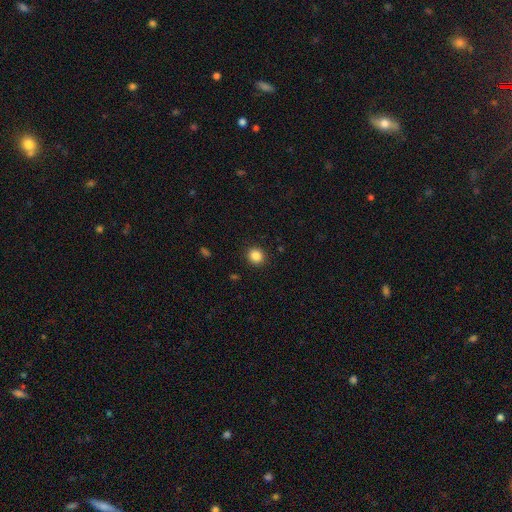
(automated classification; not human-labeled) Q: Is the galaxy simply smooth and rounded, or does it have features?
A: smooth — 85%.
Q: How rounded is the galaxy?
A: round — 86%.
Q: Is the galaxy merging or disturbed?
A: none — 91%.